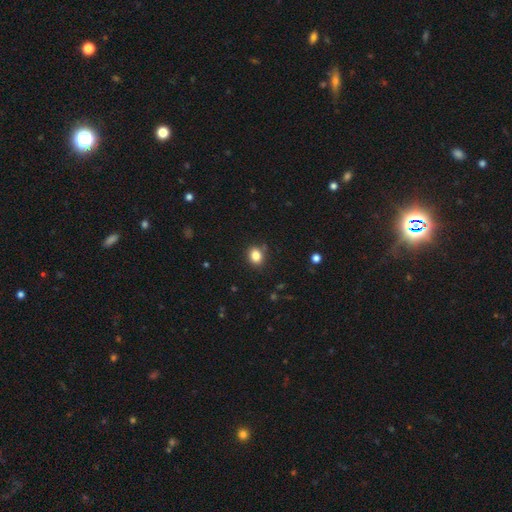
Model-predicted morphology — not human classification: smooth 84%, star or artifact 11%, featured or disk 5%. Down the decision tree: how rounded — round (51%); merging — none (85%).